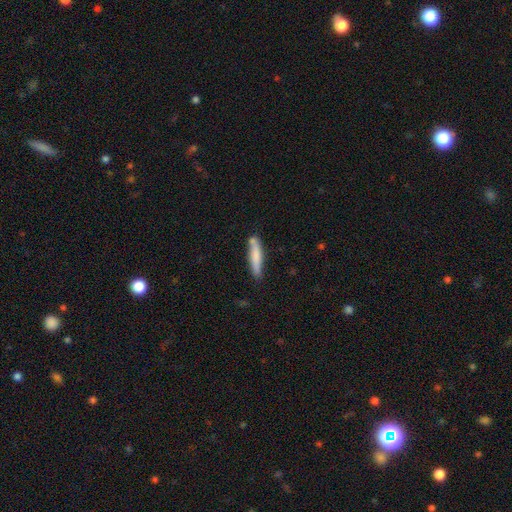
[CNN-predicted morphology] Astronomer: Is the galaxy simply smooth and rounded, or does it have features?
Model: smooth — 75%.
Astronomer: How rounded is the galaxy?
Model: cigar-shaped — 85%.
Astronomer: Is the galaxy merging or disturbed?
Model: none — 72%.